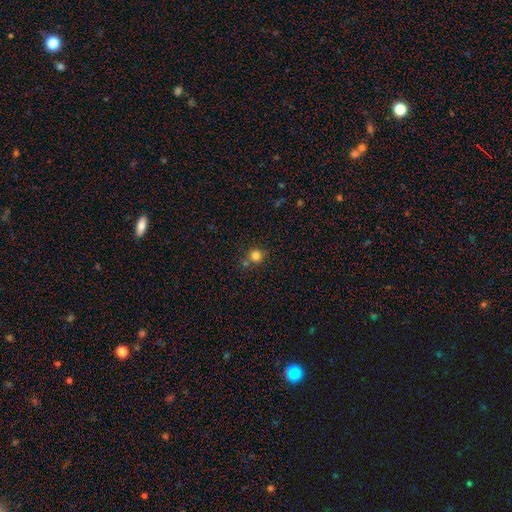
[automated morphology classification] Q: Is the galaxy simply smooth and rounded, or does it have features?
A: smooth — 80%.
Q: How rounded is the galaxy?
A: round — 91%.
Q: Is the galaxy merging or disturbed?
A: none — 70%.